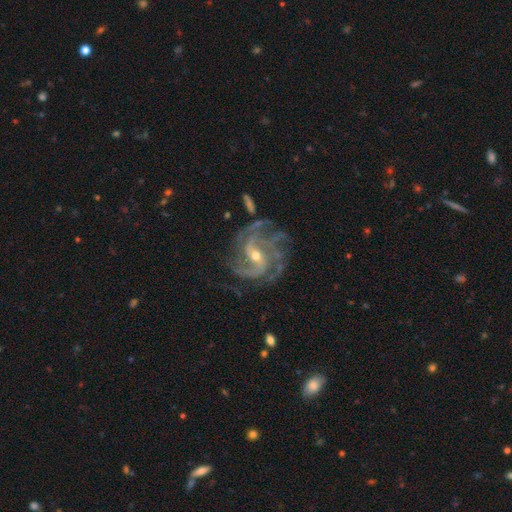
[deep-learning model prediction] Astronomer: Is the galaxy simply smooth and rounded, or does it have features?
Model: featured or disk — 91%.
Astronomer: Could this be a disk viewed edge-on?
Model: no — 98%.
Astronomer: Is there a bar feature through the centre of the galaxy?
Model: weak — 44% (runner-up: no, 32%).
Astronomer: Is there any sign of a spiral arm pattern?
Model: yes — 98%.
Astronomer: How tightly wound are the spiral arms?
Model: tight — 47% (runner-up: medium, 44%).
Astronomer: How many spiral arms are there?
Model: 3 — 30% (runner-up: 4, 27%).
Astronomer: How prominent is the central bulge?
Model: small — 56% (runner-up: moderate, 41%).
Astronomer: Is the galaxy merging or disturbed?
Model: none — 70%.